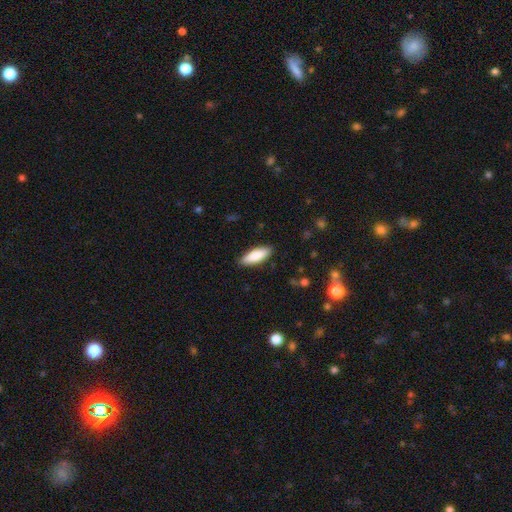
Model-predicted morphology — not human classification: type=smooth (83%); roundness=in between (60%); merging=none (89%).